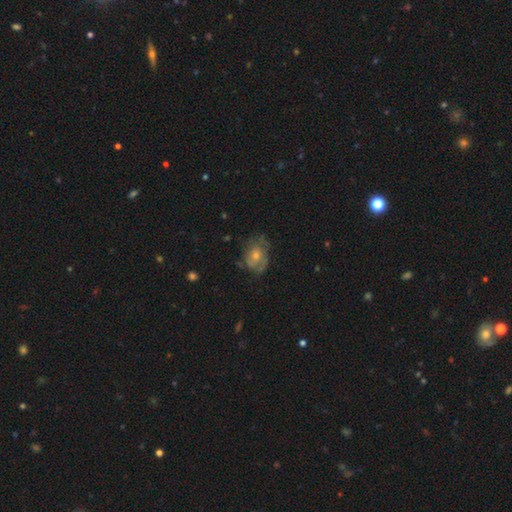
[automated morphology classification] Smooth or featured?
  - featured or disk: 57% *
  - smooth: 29%
  - star or artifact: 15%
Edge-on disk?
  - no: 96% *
  - yes: 4%
Bar?
  - no: 80% *
  - weak: 17%
  - strong: 3%
Spiral arms?
  - yes: 69% *
  - no: 31%
Bulge size?
  - moderate: 53% *
  - small: 40%
  - large: 4%
  - none: 3%
  - dominant: 1%
Merging?
  - none: 64% *
  - minor disturbance: 22%
  - major disturbance: 12%
  - merger: 2%